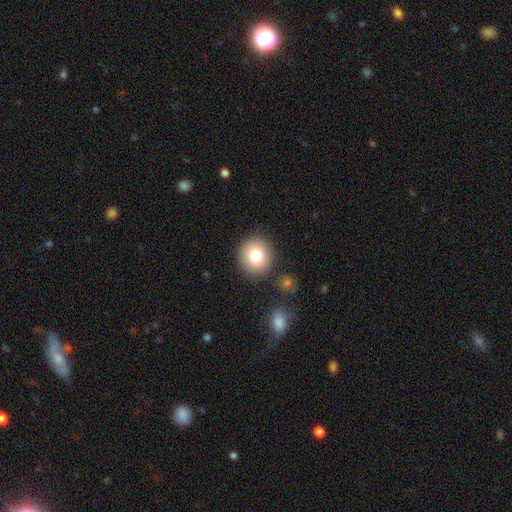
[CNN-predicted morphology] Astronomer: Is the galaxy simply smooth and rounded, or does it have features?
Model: smooth — 80%.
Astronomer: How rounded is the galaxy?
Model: round — 87%.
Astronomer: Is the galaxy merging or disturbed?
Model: none — 86%.